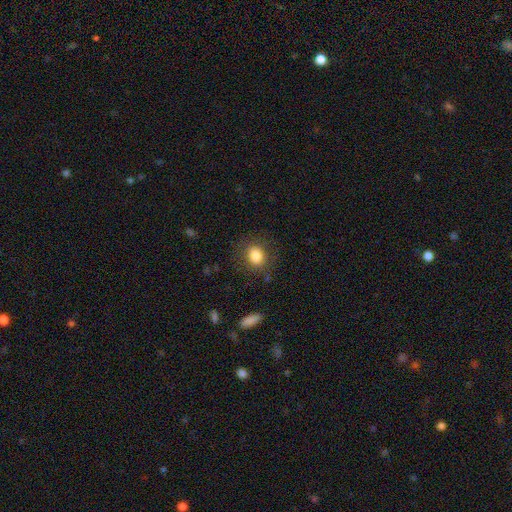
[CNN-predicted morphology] smooth_or_featured: smooth (p=0.84) [alt: star or artifact p=0.09]
how_rounded: round (p=0.55) [alt: in between p=0.44]
merging: none (p=0.81) [alt: minor disturbance p=0.12]